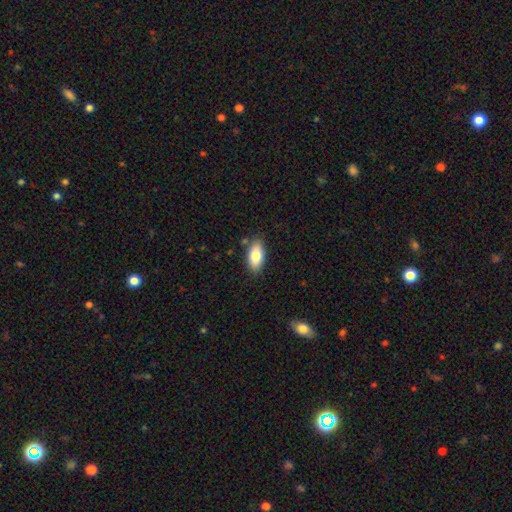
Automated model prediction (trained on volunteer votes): Q: Smooth or featured?
A: smooth (81%); runner-up: featured or disk (12%)
Q: How rounded?
A: in between (91%); runner-up: cigar-shaped (6%)
Q: Merging?
A: none (84%); runner-up: minor disturbance (11%)